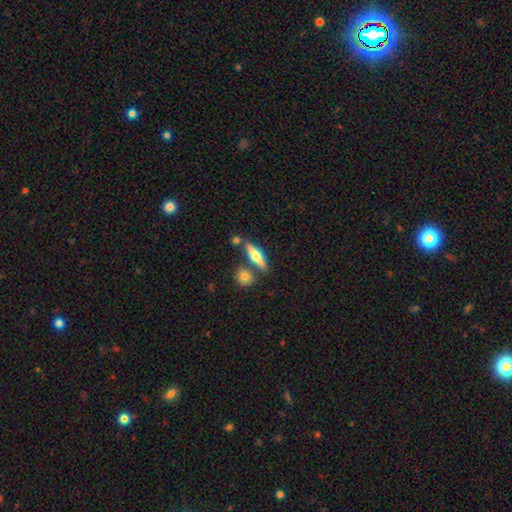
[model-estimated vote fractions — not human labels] Smooth or featured? smooth (48%)
Merging? none (71%)